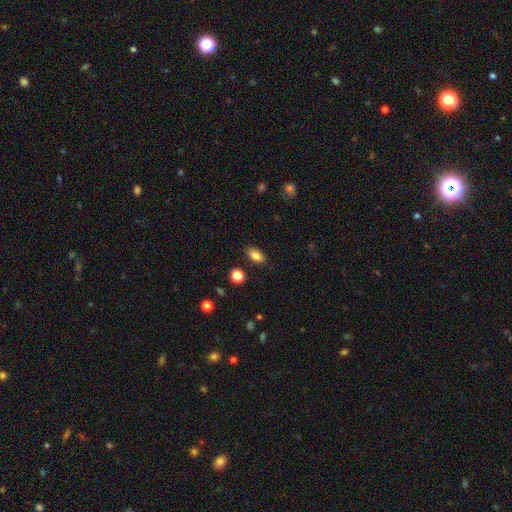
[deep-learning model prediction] This is clearly a smooth galaxy (84%). How rounded: clearly in between (87%). Merging: clearly none (86%).